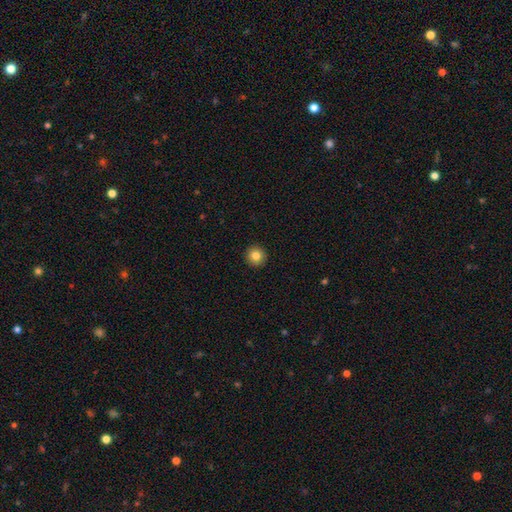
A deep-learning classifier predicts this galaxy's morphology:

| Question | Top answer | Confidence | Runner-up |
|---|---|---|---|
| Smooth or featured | smooth | 84% | star or artifact (10%) |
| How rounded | round | 95% | in between (4%) |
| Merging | none | 93% | minor disturbance (4%) |